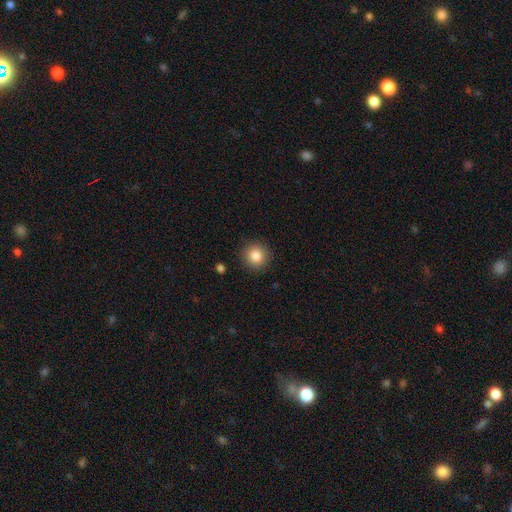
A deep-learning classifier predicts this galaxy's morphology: This appears to be a smooth galaxy with no disk features (85%) that is round (93%). Merging: none (90%).